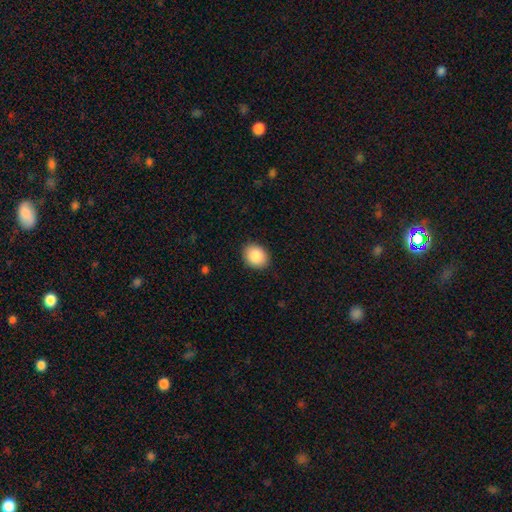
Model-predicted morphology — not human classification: smooth 88%, star or artifact 7%, featured or disk 5%. Down the decision tree: how rounded — in between (52%); merging — none (89%).